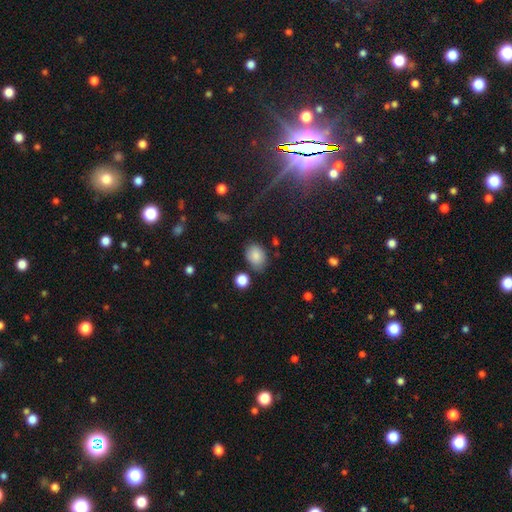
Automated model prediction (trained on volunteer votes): Overall: smooth (85%). How rounded: in between (74%). Merging: none (74%).